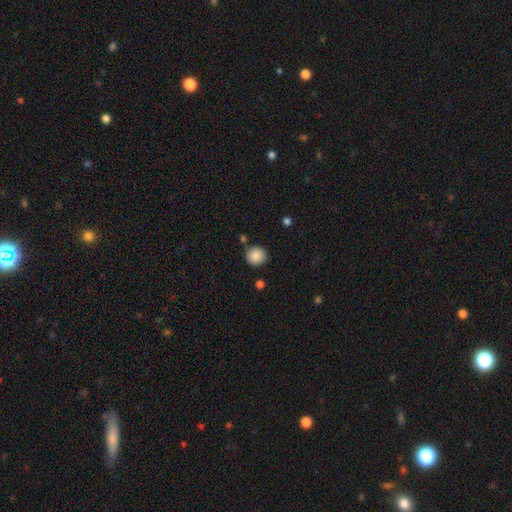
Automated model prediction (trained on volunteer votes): This is clearly a smooth galaxy (88%). How rounded: clearly round (87%). Merging: clearly none (83%).